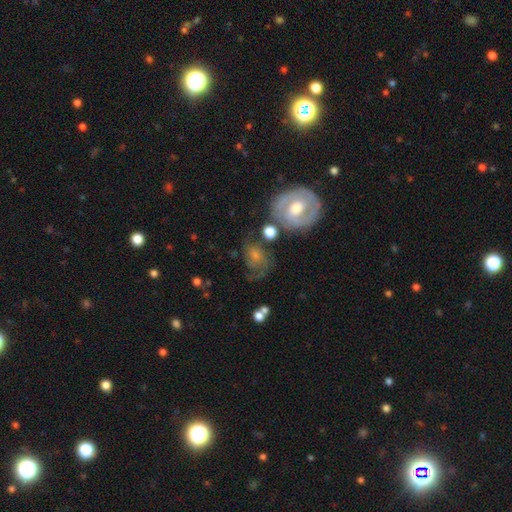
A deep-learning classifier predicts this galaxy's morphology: type=featured or disk (53%); edge-on=no (97%); bar=no (59%); spiral arms=yes (84%); bulge=moderate (46%); merging=none (49%).